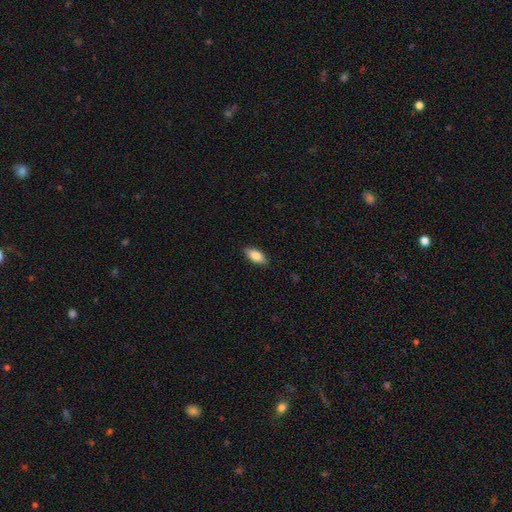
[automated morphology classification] Q: Smooth or featured?
A: smooth (83%); runner-up: featured or disk (11%)
Q: How rounded?
A: in between (87%); runner-up: cigar-shaped (11%)
Q: Merging?
A: none (88%); runner-up: minor disturbance (9%)